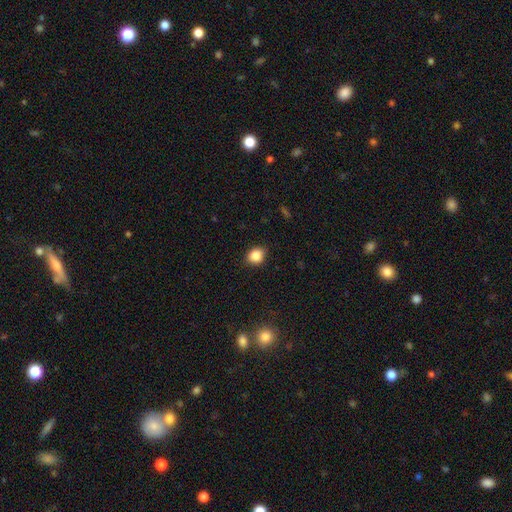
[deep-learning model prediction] smooth_or_featured: smooth (p=0.86) [alt: star or artifact p=0.10]
how_rounded: round (p=0.60) [alt: in between p=0.39]
merging: none (p=0.85) [alt: minor disturbance p=0.12]